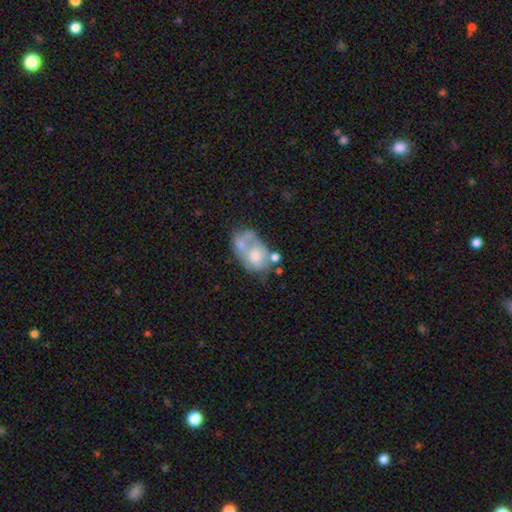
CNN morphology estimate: Smooth or featured? featured or disk (46%)
Merging? merger (44%)